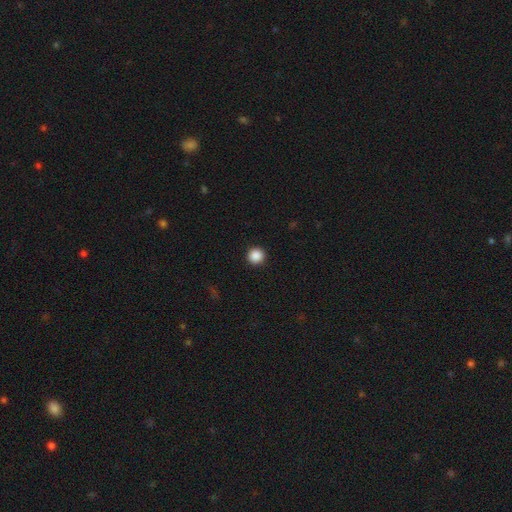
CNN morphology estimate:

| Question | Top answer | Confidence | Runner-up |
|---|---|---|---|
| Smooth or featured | smooth | 88% | star or artifact (9%) |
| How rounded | round | 96% | in between (3%) |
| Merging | none | 93% | minor disturbance (4%) |